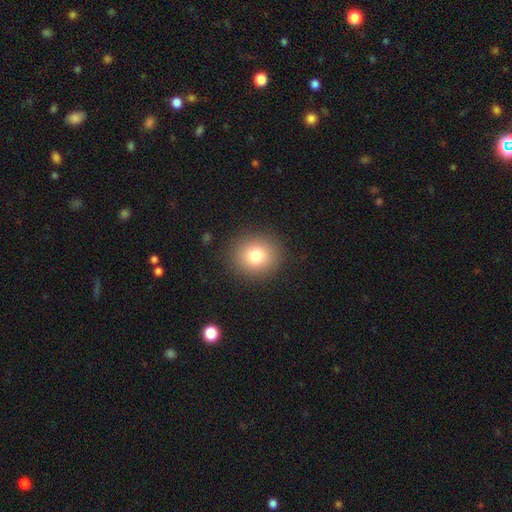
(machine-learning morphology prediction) This is likely a smooth galaxy (79%). How rounded: clearly round (84%). Merging: clearly none (89%).